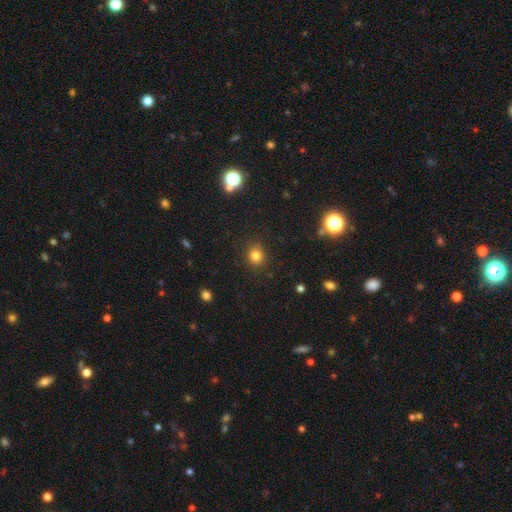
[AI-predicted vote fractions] Smooth or featured? smooth (80%)
How rounded? round (86%)
Merging? none (87%)